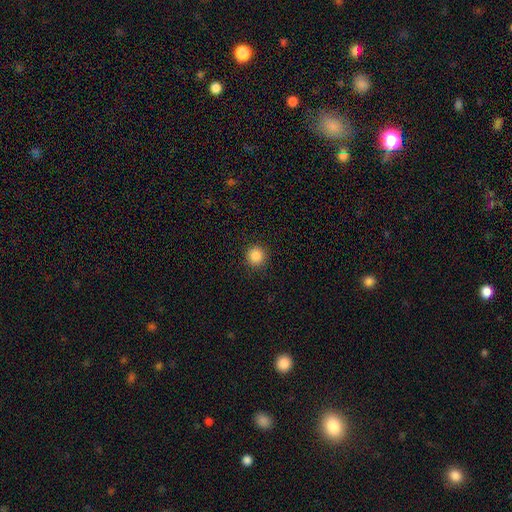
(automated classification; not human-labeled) smooth-or-featured: smooth: 87% | star or artifact: 10% | featured or disk: 3%
  how-rounded: round: 94% | in between: 5% | cigar-shaped: 1%
  merging: none: 92% | minor disturbance: 5% | major disturbance: 2% | merger: 1%